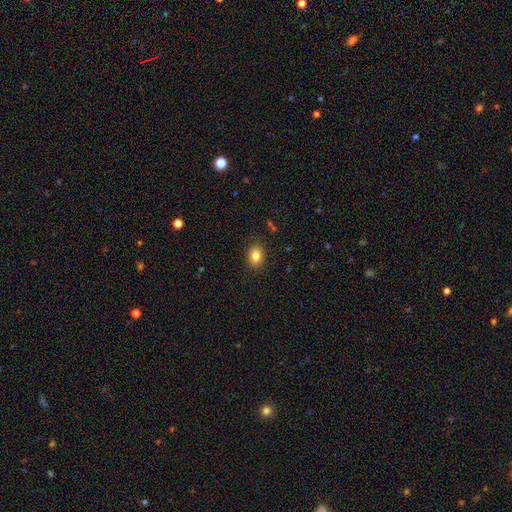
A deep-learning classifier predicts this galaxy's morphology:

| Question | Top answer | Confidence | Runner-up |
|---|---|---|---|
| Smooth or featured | smooth | 84% | star or artifact (9%) |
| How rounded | in between | 71% | round (27%) |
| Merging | none | 88% | minor disturbance (9%) |